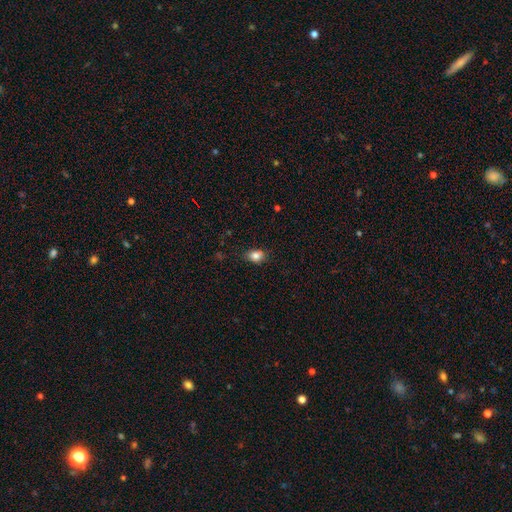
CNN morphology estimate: Smooth or featured? smooth (83%)
How rounded? in between (67%)
Merging? none (82%)